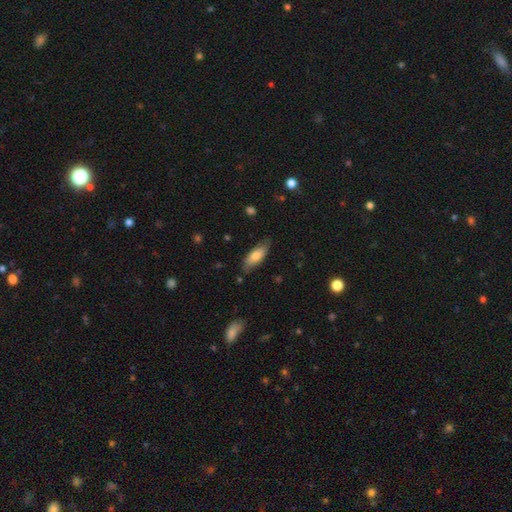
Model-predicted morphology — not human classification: A smooth galaxy with no disk features (74%) that is in between round and cigar-shaped (73%). Merging: none (76%).